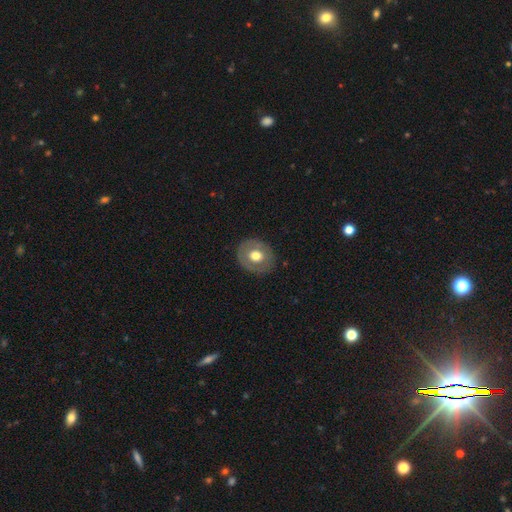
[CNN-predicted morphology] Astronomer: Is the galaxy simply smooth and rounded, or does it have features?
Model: smooth — 58% (runner-up: featured or disk, 35%).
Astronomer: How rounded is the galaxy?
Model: round — 72%.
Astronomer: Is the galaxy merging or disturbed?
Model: none — 86%.